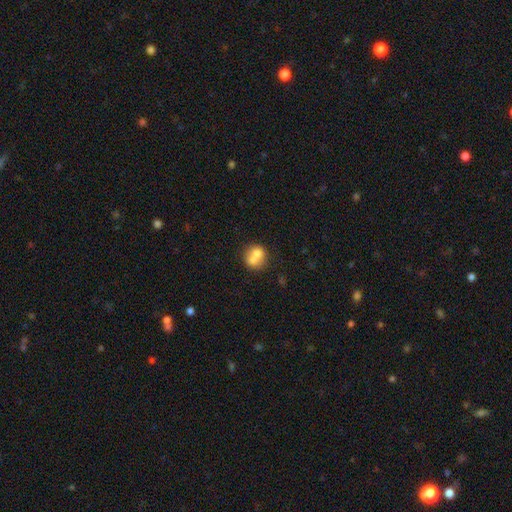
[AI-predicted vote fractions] The model was most divided on "merging": merger: 58%, none: 31%, minor disturbance: 8%, major disturbance: 3%. More confident: how rounded — round (75%); smooth or featured — smooth (68%).